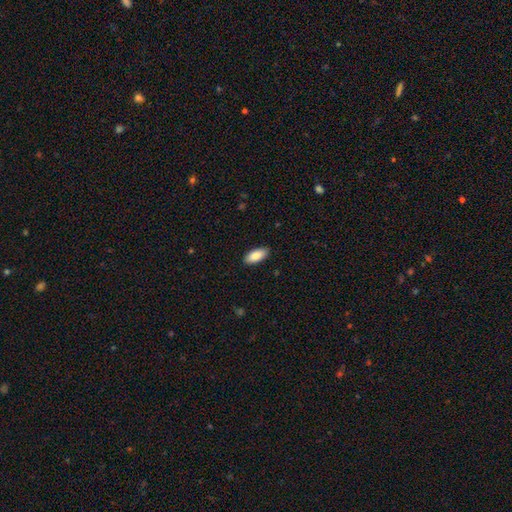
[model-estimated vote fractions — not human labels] smooth-or-featured: smooth: 89% | star or artifact: 6% | featured or disk: 5%
  how-rounded: in between: 89% | cigar-shaped: 10% | round: 2%
  merging: none: 88% | minor disturbance: 9% | major disturbance: 2% | merger: 1%